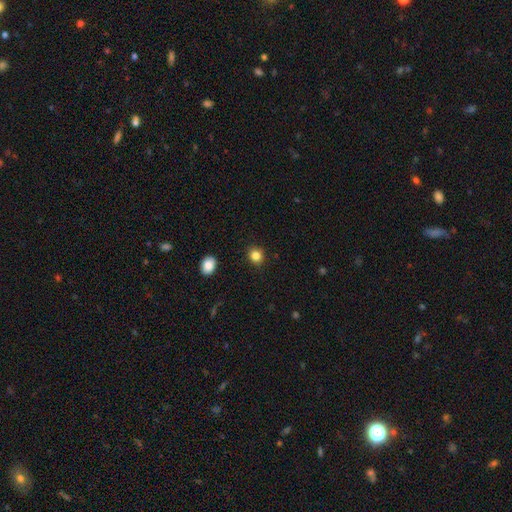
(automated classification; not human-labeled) This is clearly a smooth galaxy (84%). How rounded: clearly round (80%). Merging: clearly none (91%).